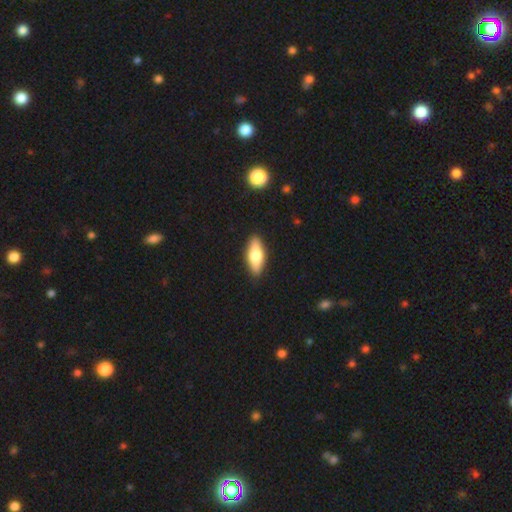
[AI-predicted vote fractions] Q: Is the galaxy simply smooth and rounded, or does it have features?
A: smooth — 65%.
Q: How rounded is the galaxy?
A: in between — 66%.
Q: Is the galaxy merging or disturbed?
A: none — 89%.